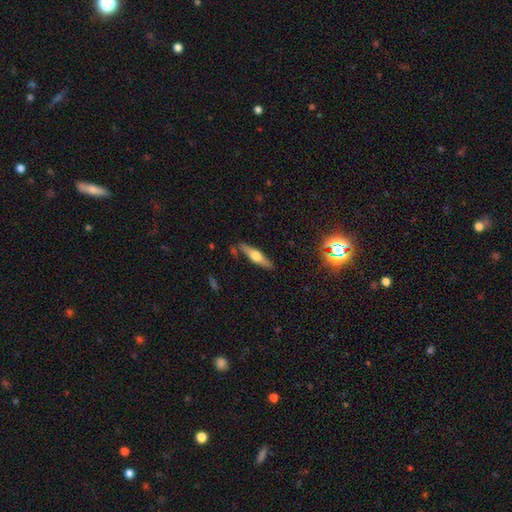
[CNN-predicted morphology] type=featured or disk (58%); edge-on=yes (94%); edge-on bulge=rounded (92%); merging=none (84%).